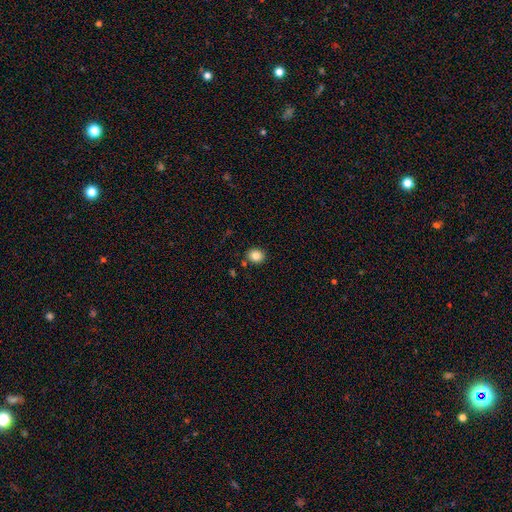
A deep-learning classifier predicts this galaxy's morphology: Smooth or featured? smooth (84%)
How rounded? round (76%)
Merging? none (88%)